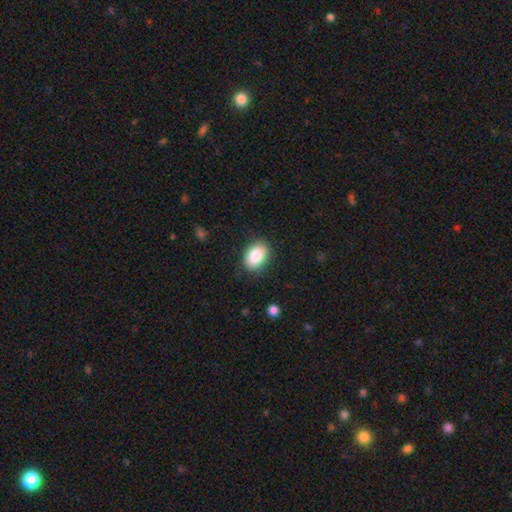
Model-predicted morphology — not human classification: Smooth or featured: smooth — 86% (star or artifact — 7%)
How rounded: in between — 82% (round — 17%)
Merging: none — 84% (minor disturbance — 12%)